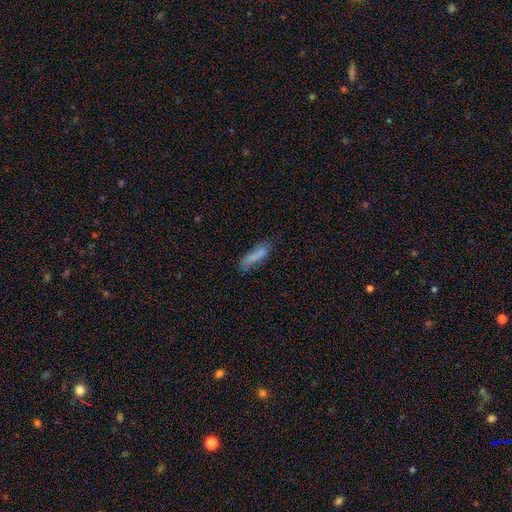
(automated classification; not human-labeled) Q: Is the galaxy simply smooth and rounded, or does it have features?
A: smooth — 73%.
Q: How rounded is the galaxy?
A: cigar-shaped — 71%.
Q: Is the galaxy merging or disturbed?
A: none — 59%.